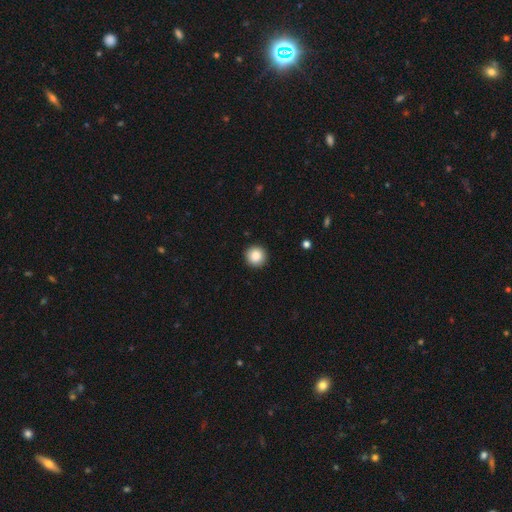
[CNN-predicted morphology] A smooth galaxy with no disk features (87%) that is round (96%).

Vote fractions:
- Smooth or featured? smooth: 87% / star or artifact: 9% / featured or disk: 4%
- How rounded? round: 96% / in between: 3% / cigar-shaped: 1%
- Merging? none: 92% / minor disturbance: 5% / major disturbance: 2% / merger: 1%